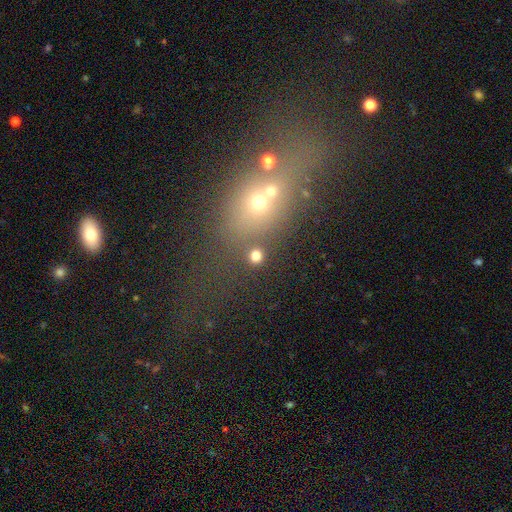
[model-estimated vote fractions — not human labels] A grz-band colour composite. It shows a smooth galaxy with no disk features (76%) that is round (86%). Merging: none (78%).